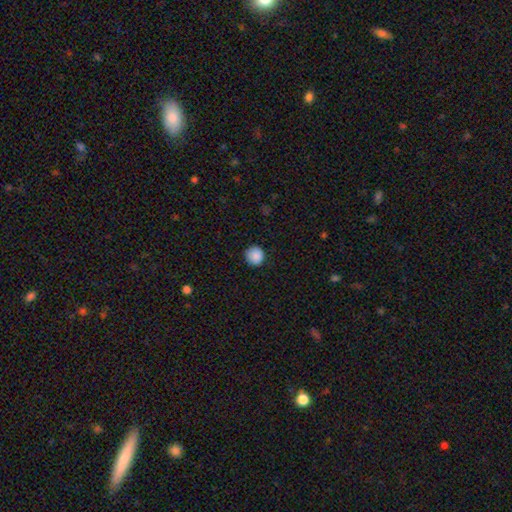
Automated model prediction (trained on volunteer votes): Smooth or featured? Predicted: smooth (p=0.89). How rounded? Predicted: round (p=0.94). Merging? Predicted: none (p=0.89).